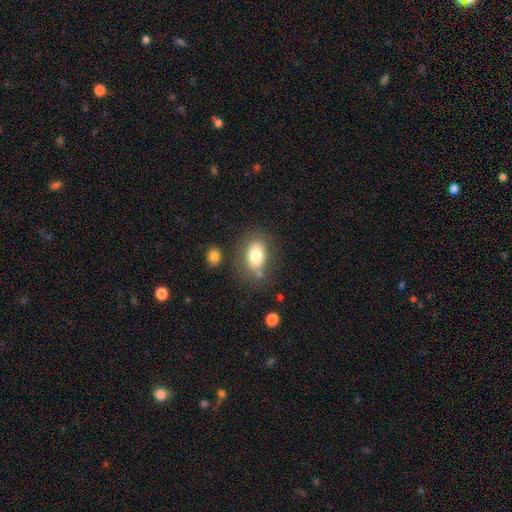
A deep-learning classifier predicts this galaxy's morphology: A smooth galaxy with no disk features (78%) that is in between round and cigar-shaped (79%).

Vote fractions:
- Smooth or featured? smooth: 78% / featured or disk: 13% / star or artifact: 9%
- How rounded? in between: 79% / round: 20% / cigar-shaped: 1%
- Merging? none: 67% / minor disturbance: 18% / merger: 8% / major disturbance: 7%